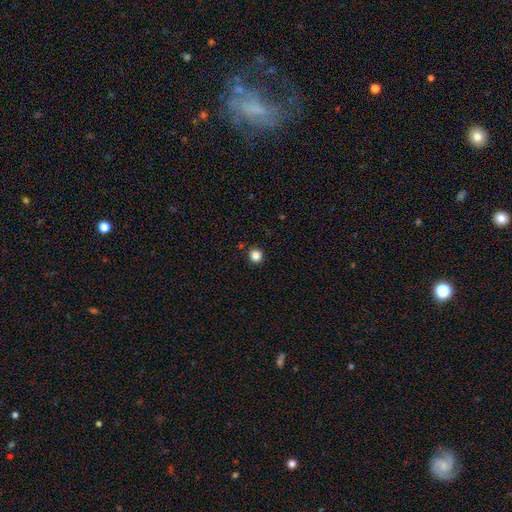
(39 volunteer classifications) Smooth or featured? smooth (85%)
How rounded? round (100%)
Merging? none (94%)